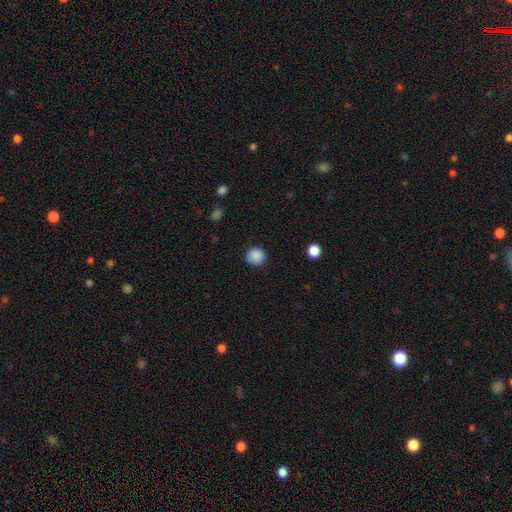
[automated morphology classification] smooth_or_featured: smooth (p=0.88) [alt: star or artifact p=0.09]
how_rounded: round (p=0.90) [alt: in between p=0.09]
merging: none (p=0.86) [alt: minor disturbance p=0.10]